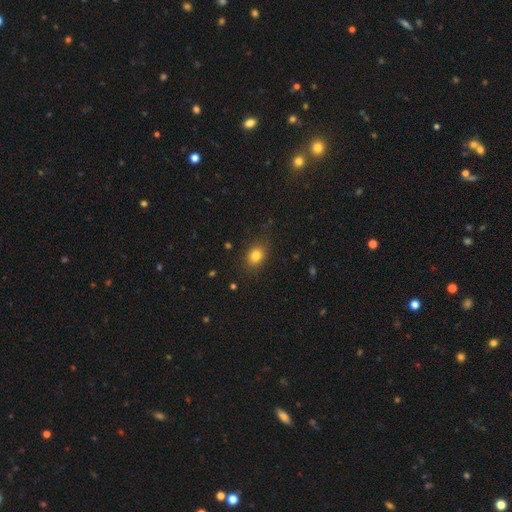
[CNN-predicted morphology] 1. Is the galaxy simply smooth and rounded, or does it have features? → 81% smooth, 11% star or artifact, 8% featured or disk.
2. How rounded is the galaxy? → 56% in between, 42% round, 1% cigar-shaped.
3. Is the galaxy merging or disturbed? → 81% none, 14% minor disturbance, 4% major disturbance, 1% merger.